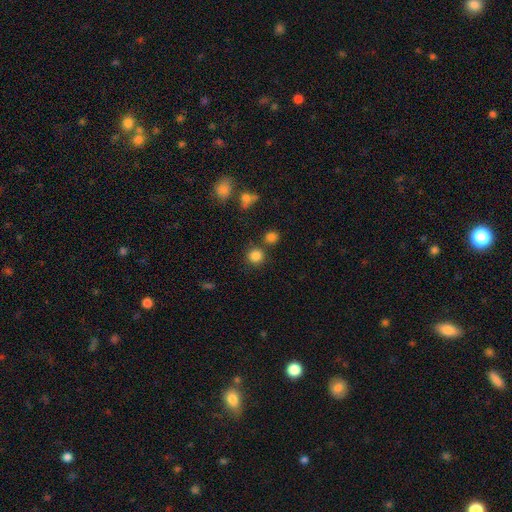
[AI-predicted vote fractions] This appears to be a smooth galaxy with no disk features (83%) that is round (92%). Merging: none (77%).